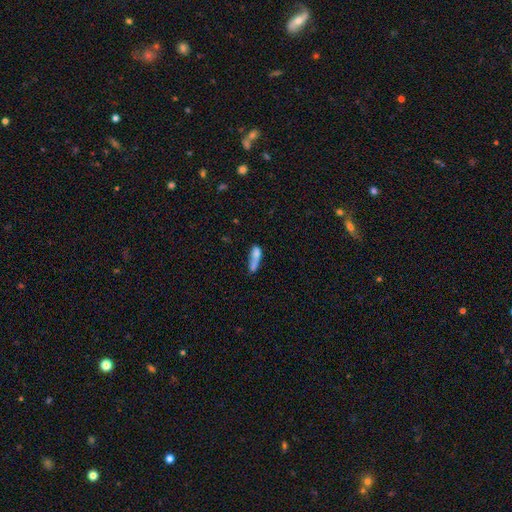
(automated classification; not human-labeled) Smooth or featured?
  - smooth: 69% *
  - featured or disk: 21%
  - star or artifact: 10%
How rounded?
  - cigar-shaped: 58% *
  - in between: 39%
  - round: 4%
Merging?
  - none: 30% *
  - merger: 29%
  - minor disturbance: 22%
  - major disturbance: 19%